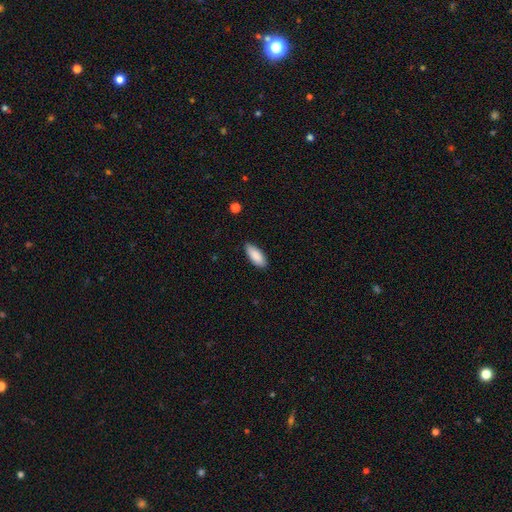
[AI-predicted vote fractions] smooth 89%, star or artifact 6%, featured or disk 5%. Down the decision tree: how rounded — in between (82%); merging — none (84%).